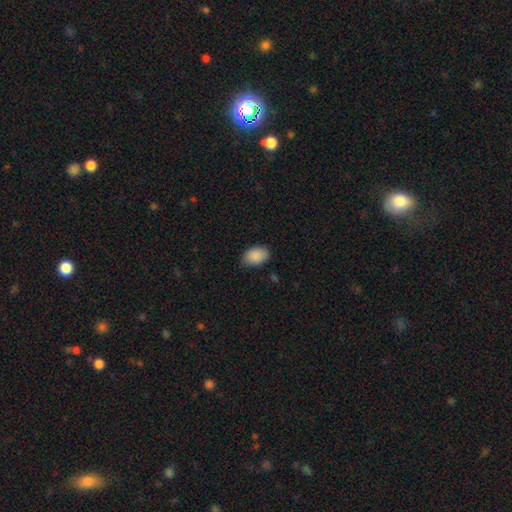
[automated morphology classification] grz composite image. It shows a smooth galaxy with no disk features (90%) that is in between round and cigar-shaped (86%). Merging: none (80%).